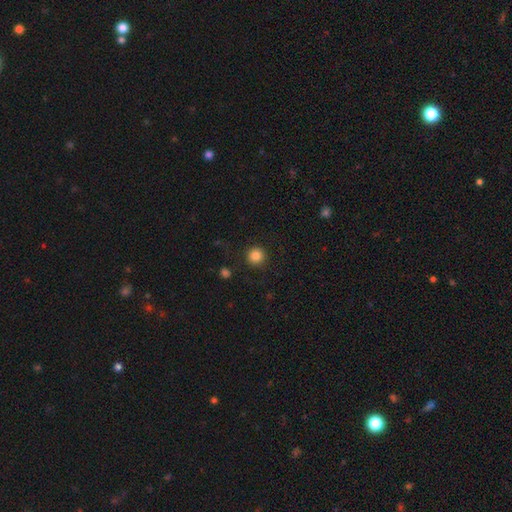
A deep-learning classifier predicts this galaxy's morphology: Smooth or featured: smooth — 84% (star or artifact — 11%)
How rounded: round — 95% (in between — 4%)
Merging: none — 90% (minor disturbance — 6%)